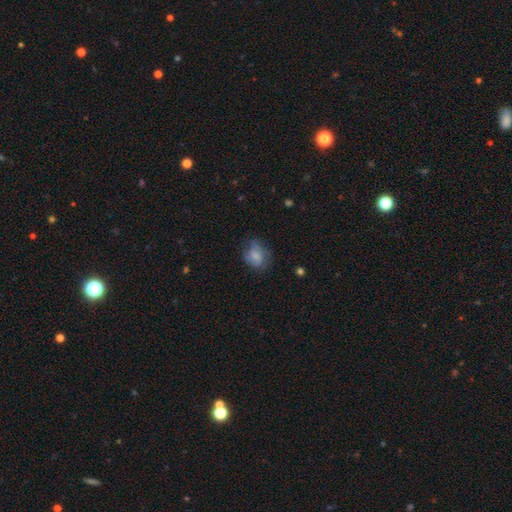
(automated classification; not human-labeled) This appears to be a smooth galaxy with no disk features (66%) that is in between round and cigar-shaped (53%). Merging: none (56%).